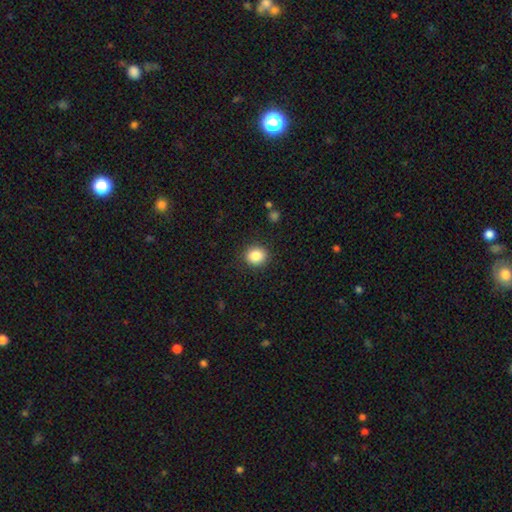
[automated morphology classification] A smooth galaxy with no disk features (86%) that is round (86%).

Vote fractions:
- Smooth or featured? smooth: 86% / star or artifact: 10% / featured or disk: 4%
- How rounded? round: 86% / in between: 13% / cigar-shaped: 1%
- Merging? none: 89% / minor disturbance: 7% / major disturbance: 3% / merger: 1%